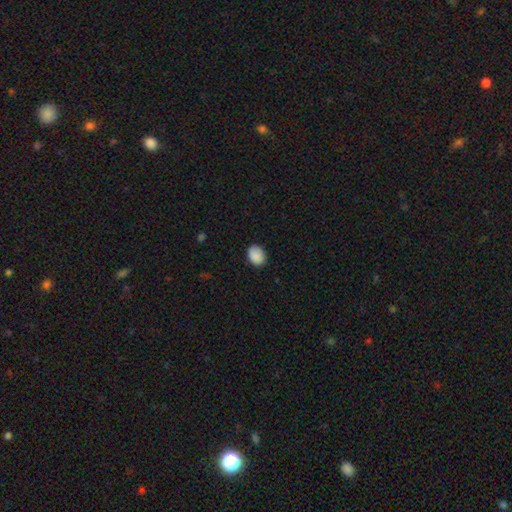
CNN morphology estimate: Smooth or featured?
  - smooth: 90% *
  - star or artifact: 7%
  - featured or disk: 3%
How rounded?
  - in between: 64% *
  - round: 35%
  - cigar-shaped: 1%
Merging?
  - none: 84% *
  - minor disturbance: 12%
  - major disturbance: 2%
  - merger: 1%